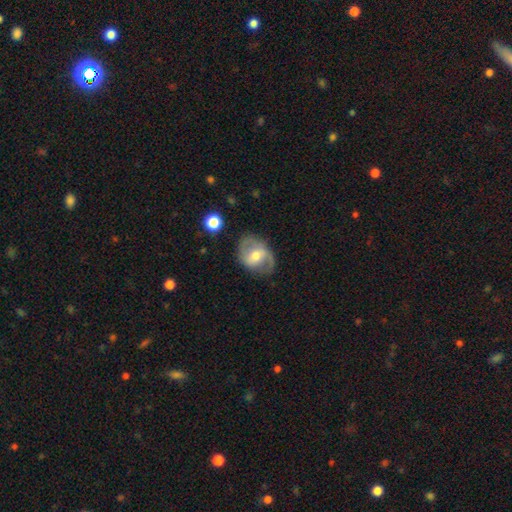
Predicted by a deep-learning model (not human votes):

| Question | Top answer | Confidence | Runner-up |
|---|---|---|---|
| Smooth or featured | featured or disk | 64% | smooth (29%) |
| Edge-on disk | no | 96% | yes (4%) |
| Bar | weak | 47% | no (31%) |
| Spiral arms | yes | 80% | no (20%) |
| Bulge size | moderate | 66% | small (25%) |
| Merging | none | 69% | minor disturbance (20%) |